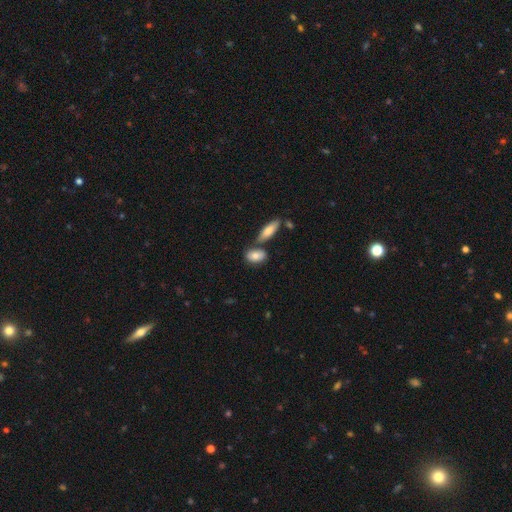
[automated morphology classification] Smooth or featured? smooth (79%)
How rounded? in between (85%)
Merging? none (60%)